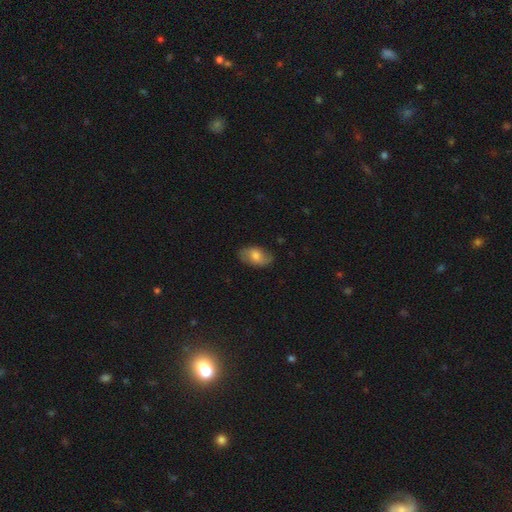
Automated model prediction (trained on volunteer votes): smooth_or_featured: smooth (p=0.60) [alt: featured or disk p=0.33]
how_rounded: in between (p=0.91) [alt: round p=0.08]
merging: none (p=0.78) [alt: minor disturbance p=0.16]